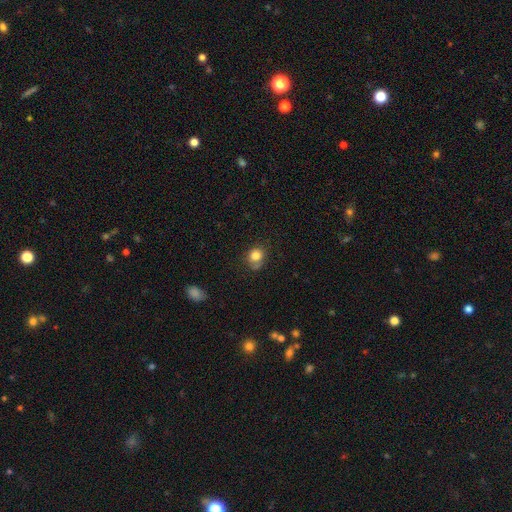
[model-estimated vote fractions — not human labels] smooth_or_featured: smooth (p=0.81) [alt: star or artifact p=0.10]
how_rounded: round (p=0.68) [alt: in between p=0.31]
merging: none (p=0.61) [alt: minor disturbance p=0.26]